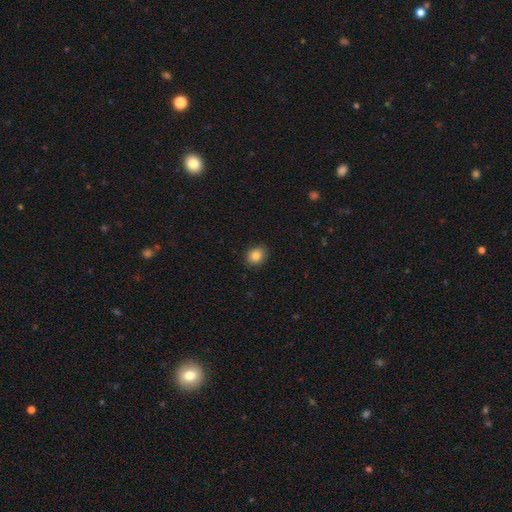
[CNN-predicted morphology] The model was most divided on "how rounded": round: 56%, in between: 43%, cigar-shaped: 1%. More confident: merging — none (87%); smooth or featured — smooth (84%).